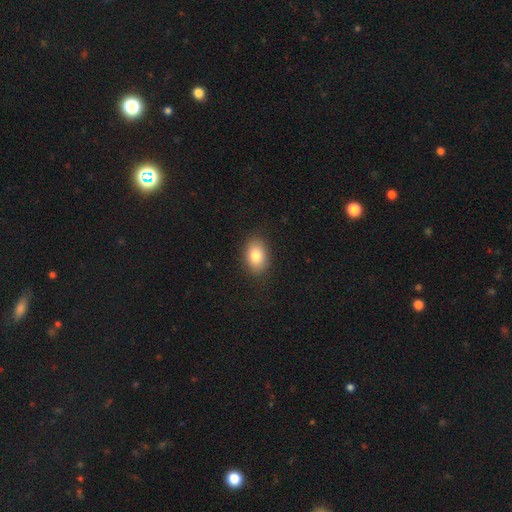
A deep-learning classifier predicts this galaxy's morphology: A smooth galaxy with no disk features (83%) that is in between round and cigar-shaped (84%).

Vote fractions:
- Smooth or featured? smooth: 83% / featured or disk: 9% / star or artifact: 8%
- How rounded? in between: 84% / round: 15% / cigar-shaped: 1%
- Merging? none: 88% / minor disturbance: 9% / major disturbance: 2% / merger: 1%